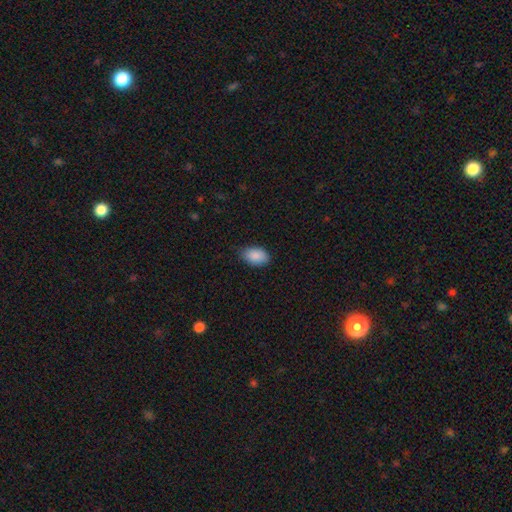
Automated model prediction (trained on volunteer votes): smooth-or-featured: smooth: 89% | star or artifact: 7% | featured or disk: 4%
  how-rounded: in between: 91% | round: 8% | cigar-shaped: 1%
  merging: none: 76% | minor disturbance: 20% | major disturbance: 3% | merger: 1%